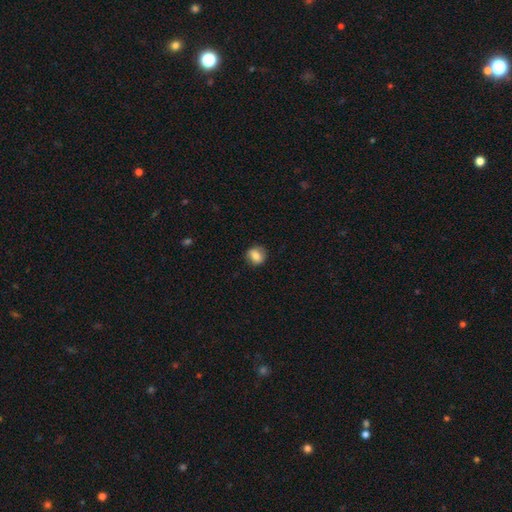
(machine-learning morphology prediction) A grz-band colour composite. It shows a smooth galaxy with no disk features (76%) that is round (71%). Merging: none (83%).